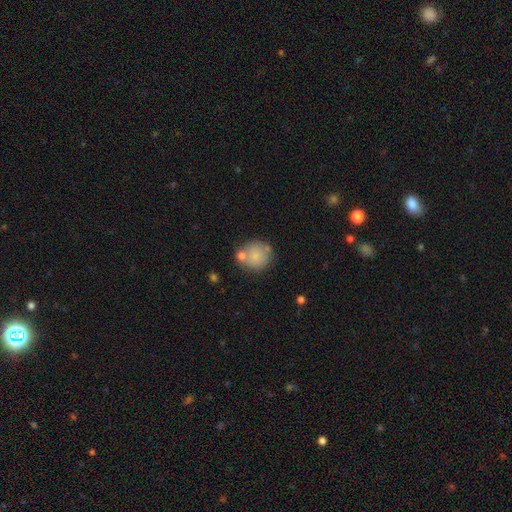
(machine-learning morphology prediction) Smooth or featured? Predicted: smooth (p=0.79). How rounded? Predicted: round (p=0.89). Merging? Predicted: none (p=0.62).